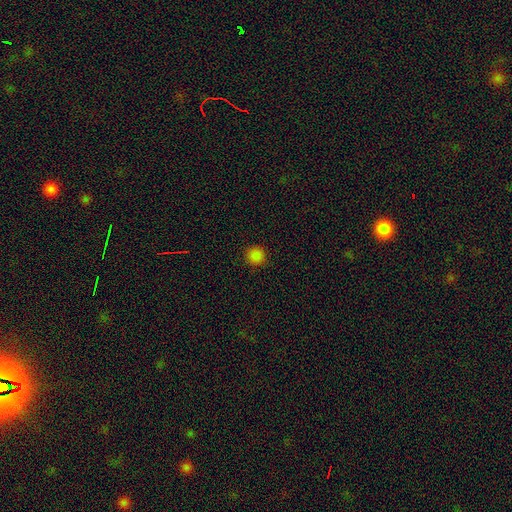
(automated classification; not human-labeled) Smooth or featured? Predicted: smooth (p=0.84). How rounded? Predicted: round (p=0.94). Merging? Predicted: none (p=0.91).